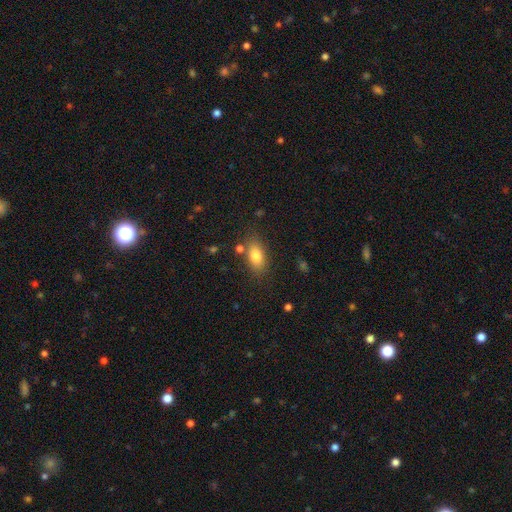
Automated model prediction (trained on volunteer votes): smooth_or_featured: smooth (p=0.82) [alt: featured or disk p=0.10]
how_rounded: in between (p=0.86) [alt: round p=0.07]
merging: none (p=0.77) [alt: minor disturbance p=0.13]